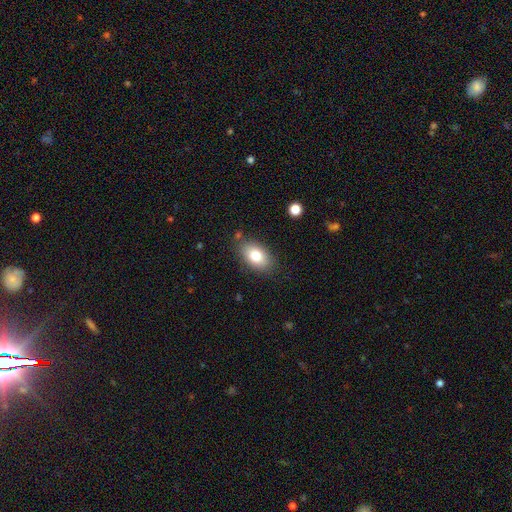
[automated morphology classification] Smooth or featured? smooth (79%)
How rounded? in between (89%)
Merging? none (83%)